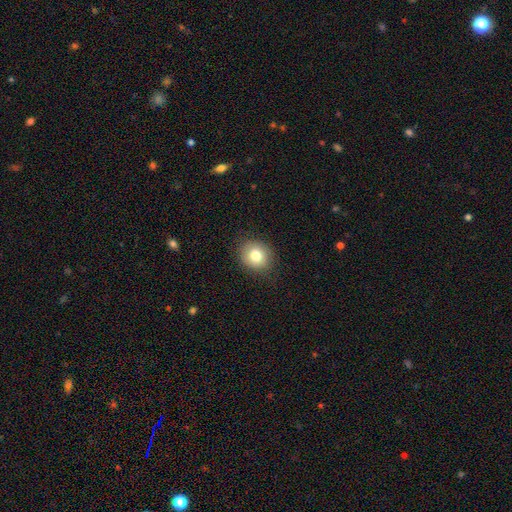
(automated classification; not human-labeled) This appears to be a smooth galaxy with no disk features (79%) that is round (78%). Merging: none (87%).